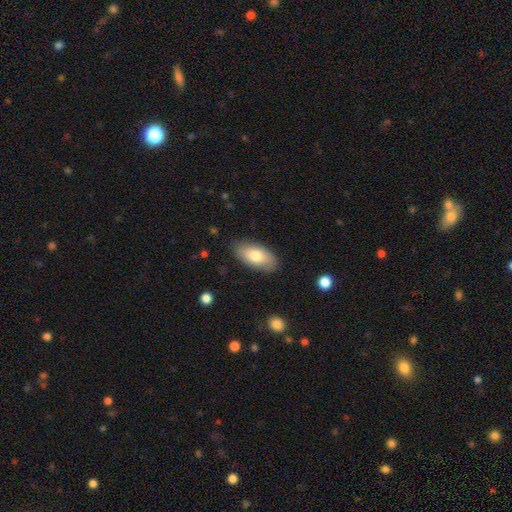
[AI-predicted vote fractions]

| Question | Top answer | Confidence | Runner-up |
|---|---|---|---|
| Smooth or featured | smooth | 75% | featured or disk (19%) |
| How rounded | in between | 92% | cigar-shaped (5%) |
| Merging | none | 83% | minor disturbance (13%) |